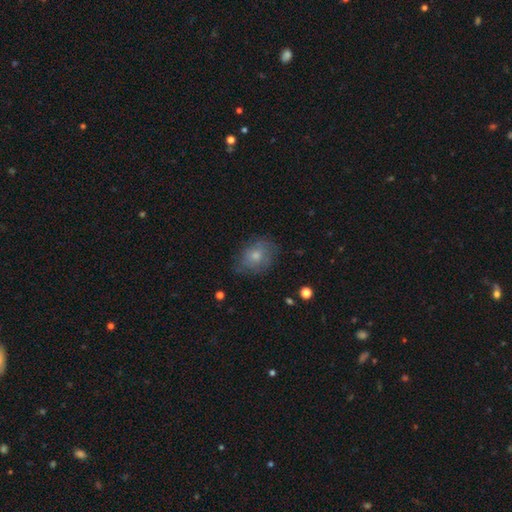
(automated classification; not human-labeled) smooth_or_featured: smooth (p=0.67) [alt: featured or disk p=0.24]
how_rounded: in between (p=0.52) [alt: round p=0.47]
merging: none (p=0.67) [alt: minor disturbance p=0.23]